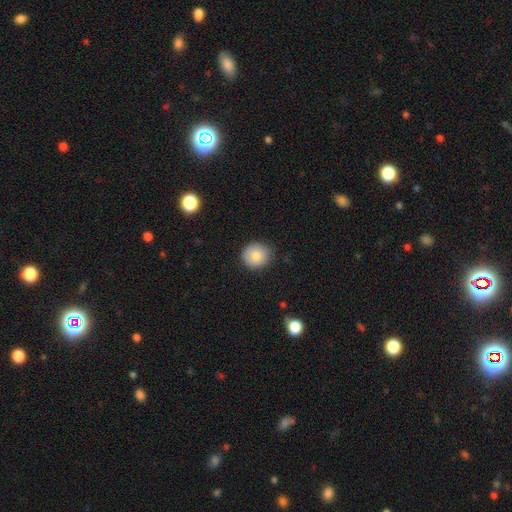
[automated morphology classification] Overall: smooth (80%). How rounded: round (86%). Merging: none (85%).